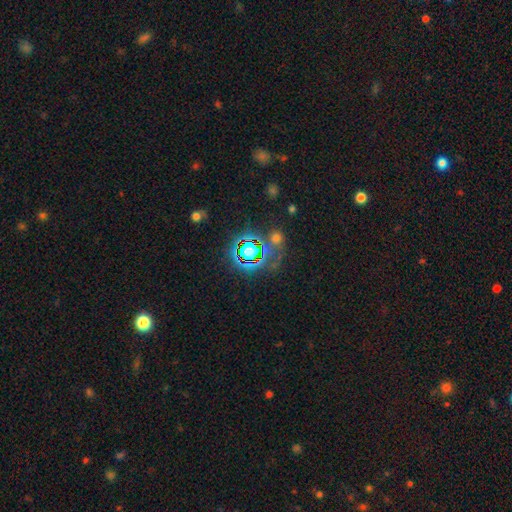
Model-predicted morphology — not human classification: Smooth or featured: star or artifact — 74% (smooth — 15%)